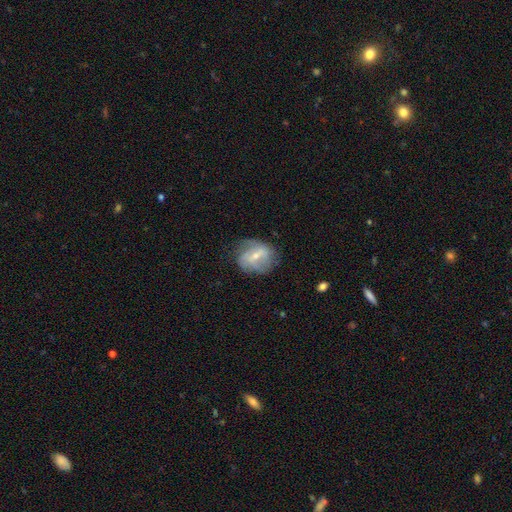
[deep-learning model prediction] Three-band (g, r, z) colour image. It shows a featured or disk galaxy (62%) with a weak bar (44%), spiral arms (66%) and a small central bulge (58%). Merging: none (61%).